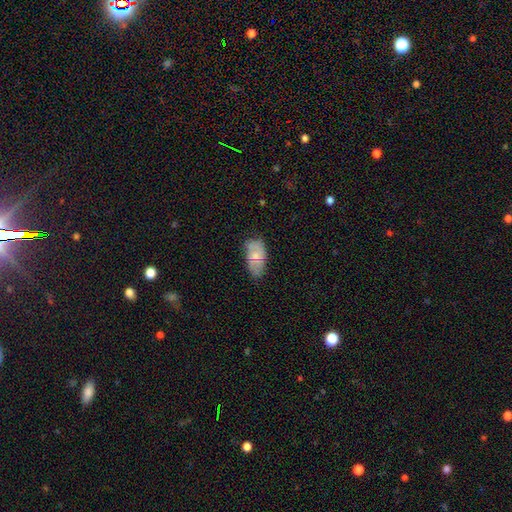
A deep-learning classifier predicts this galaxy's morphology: smooth 65%, featured or disk 27%, star or artifact 8%. Down the decision tree: how rounded — in between (93%); merging — none (58%).